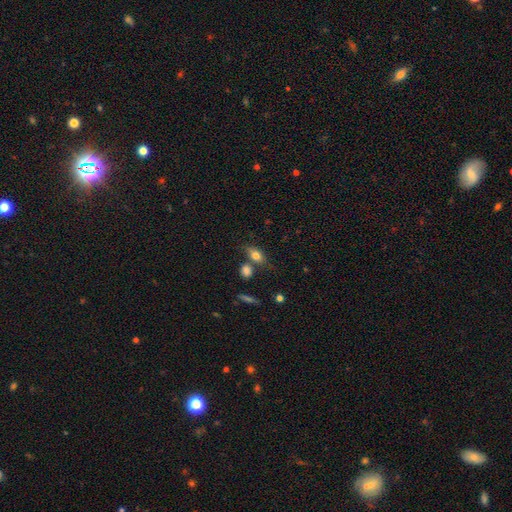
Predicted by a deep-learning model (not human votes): Smooth or featured? Predicted: smooth (p=0.75). How rounded? Predicted: in between (p=0.77). Merging? Predicted: none (p=0.58).